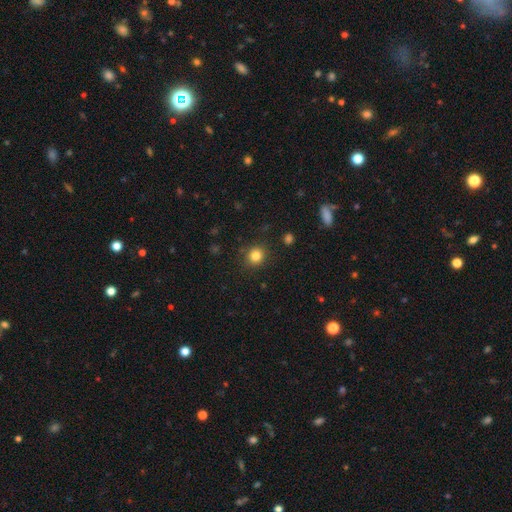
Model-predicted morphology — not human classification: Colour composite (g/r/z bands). It shows a smooth galaxy with no disk features (83%) that is round (85%). Merging: none (88%).